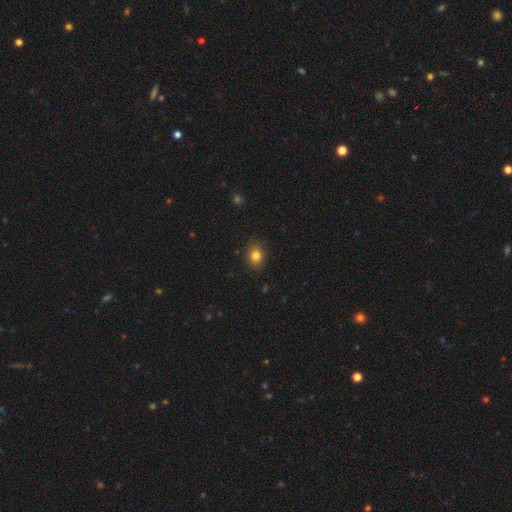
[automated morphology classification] A smooth galaxy with no disk features (82%) that is in between round and cigar-shaped (53%).

Vote fractions:
- Smooth or featured? smooth: 82% / star or artifact: 11% / featured or disk: 7%
- How rounded? in between: 53% / round: 46% / cigar-shaped: 1%
- Merging? none: 87% / minor disturbance: 10% / major disturbance: 2% / merger: 1%